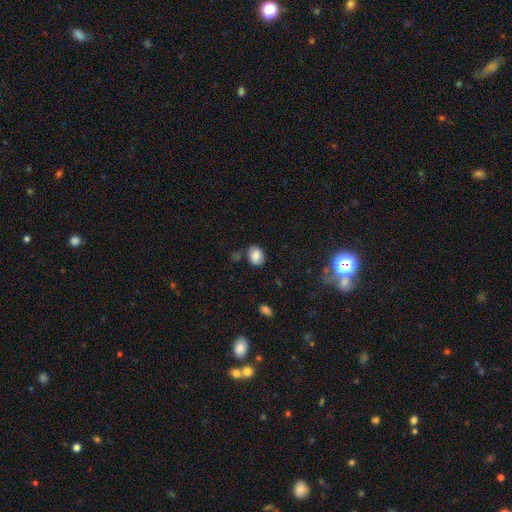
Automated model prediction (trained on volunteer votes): A smooth galaxy with no disk features (79%) that is in between round and cigar-shaped (66%).

Vote fractions:
- Smooth or featured? smooth: 79% / featured or disk: 11% / star or artifact: 10%
- How rounded? in between: 66% / round: 33% / cigar-shaped: 1%
- Merging? none: 69% / minor disturbance: 20% / merger: 6% / major disturbance: 5%